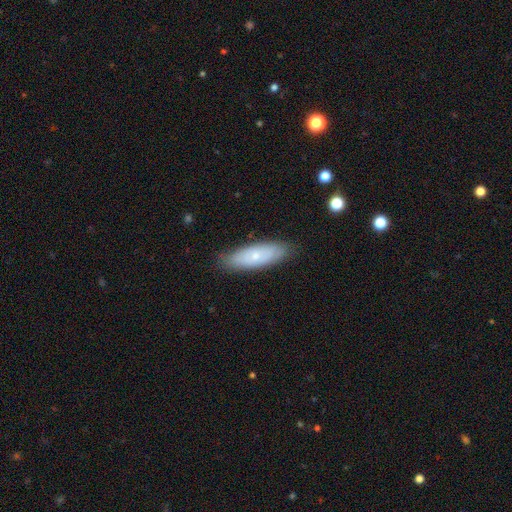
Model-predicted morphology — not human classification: smooth 59%, featured or disk 34%, star or artifact 7%. Down the decision tree: how rounded — in between (58%); merging — none (83%).